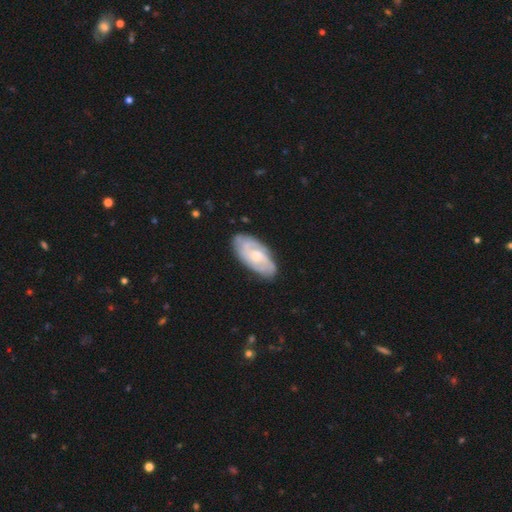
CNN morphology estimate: The model was most divided on "spiral arm count": can't tell: 37%, 2: 31%, 3: 19%, 4: 6%, 1: 4%, more than 4: 3%. More confident: edge-on disk — no (93%); spiral arms — yes (91%); merging — none (77%); smooth or featured — featured or disk (73%); bar — no (68%); spiral winding — tight (56%); bulge size — moderate (55%).